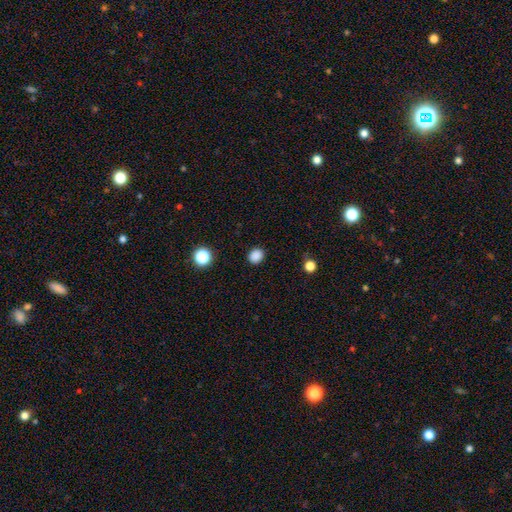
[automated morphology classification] Smooth or featured? Predicted: smooth (p=0.86). How rounded? Predicted: round (p=0.64). Merging? Predicted: none (p=0.89).